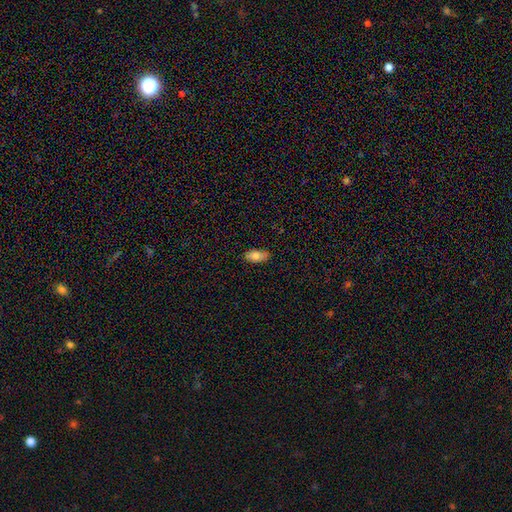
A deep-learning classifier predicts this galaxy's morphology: Smooth or featured? smooth (81%)
How rounded? in between (90%)
Merging? none (81%)